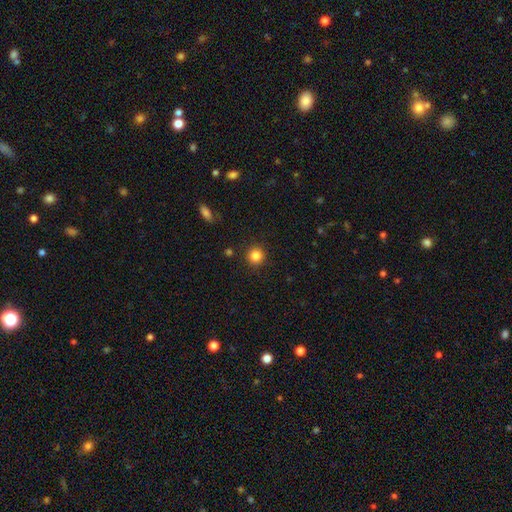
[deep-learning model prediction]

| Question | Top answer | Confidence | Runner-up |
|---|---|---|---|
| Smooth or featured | smooth | 84% | star or artifact (11%) |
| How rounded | round | 94% | in between (5%) |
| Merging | none | 91% | minor disturbance (6%) |